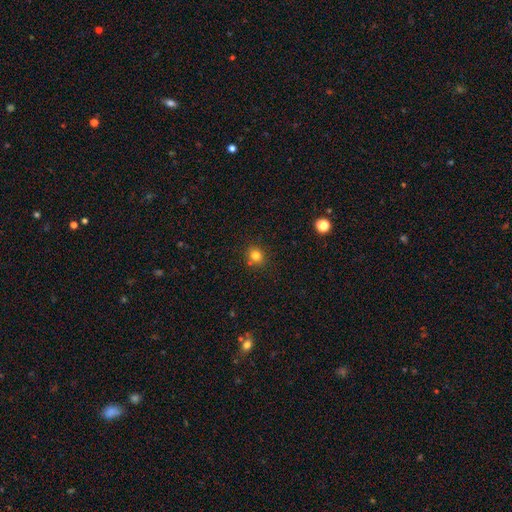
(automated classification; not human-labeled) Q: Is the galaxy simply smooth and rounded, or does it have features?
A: smooth — 80%.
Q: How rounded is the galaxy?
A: round — 76%.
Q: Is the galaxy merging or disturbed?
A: none — 81%.